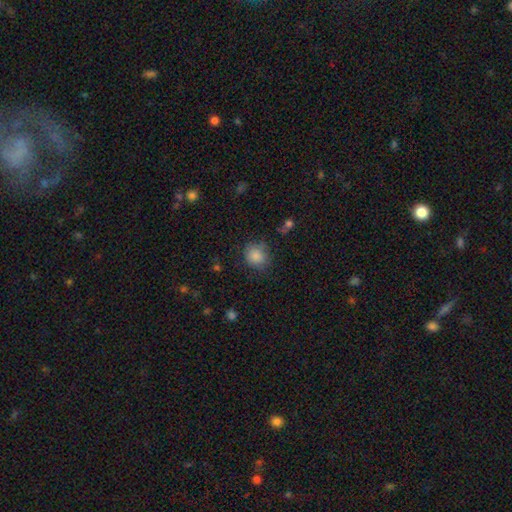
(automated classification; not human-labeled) Overall: smooth (85%). How rounded: round (78%). Merging: none (77%).